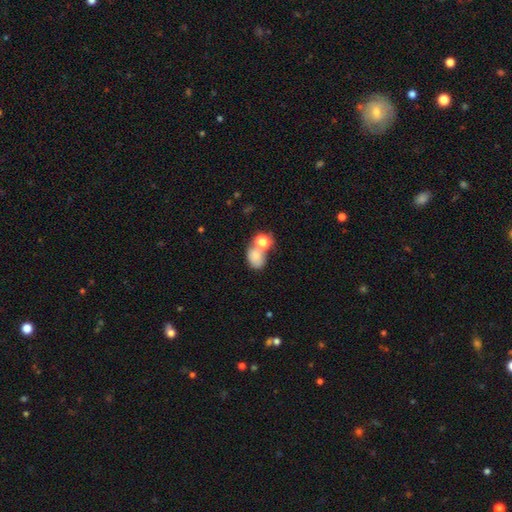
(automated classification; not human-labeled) smooth-or-featured: smooth: 75% | featured or disk: 13% | star or artifact: 12%
  how-rounded: in between: 62% | round: 37% | cigar-shaped: 1%
  merging: merger: 43% | none: 37% | minor disturbance: 13% | major disturbance: 7%